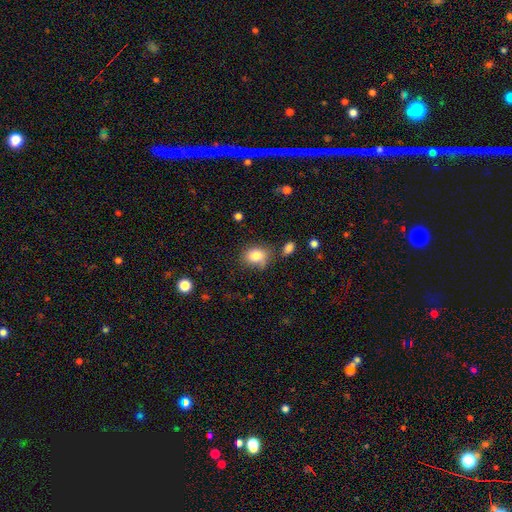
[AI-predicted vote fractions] smooth 81%, star or artifact 10%, featured or disk 9%. Down the decision tree: how rounded — in between (51%); merging — none (60%).